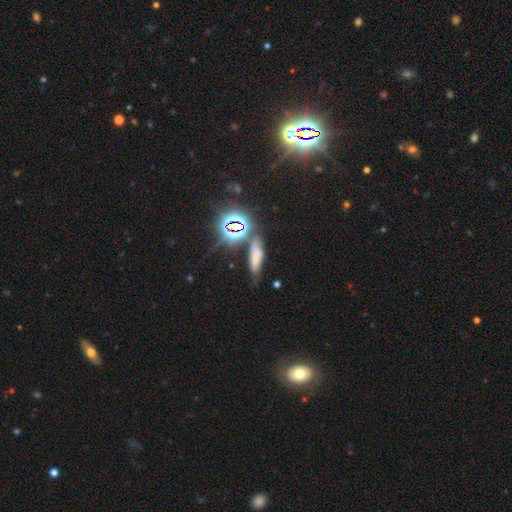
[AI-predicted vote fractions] Overall: smooth (52%; star or artifact 30%). How rounded: cigar-shaped (50%; in between 42%). Merging: none (57%; minor disturbance 22%).